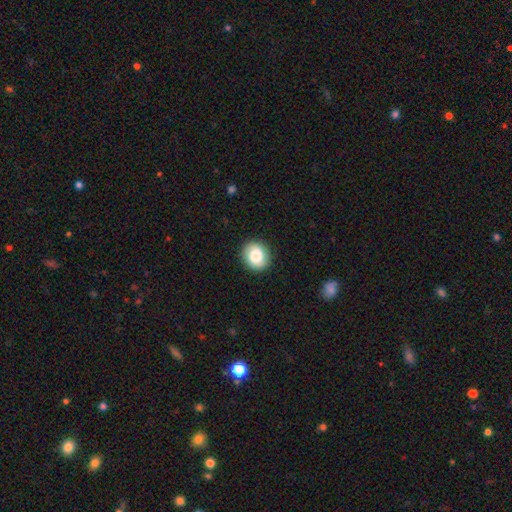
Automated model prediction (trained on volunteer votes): Smooth or featured? Predicted: smooth (p=0.75). How rounded? Predicted: round (p=0.77). Merging? Predicted: none (p=0.89).